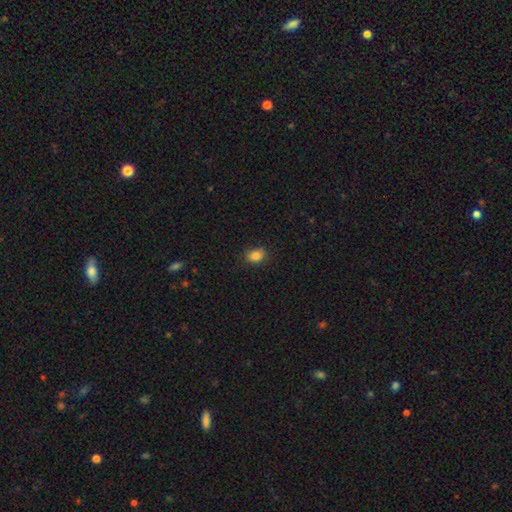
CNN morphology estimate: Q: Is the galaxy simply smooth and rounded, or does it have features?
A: smooth — 84%.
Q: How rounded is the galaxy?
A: in between — 68%.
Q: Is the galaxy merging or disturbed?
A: none — 83%.